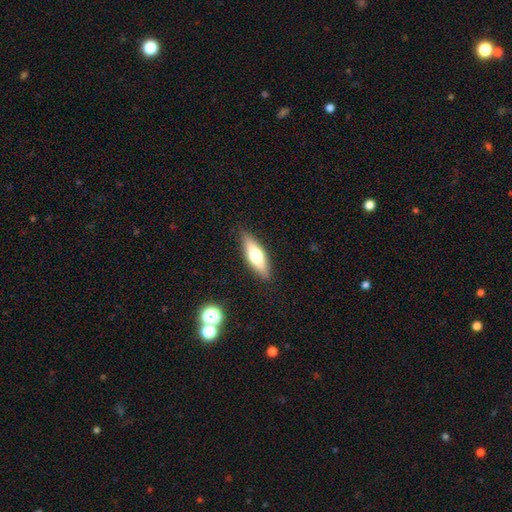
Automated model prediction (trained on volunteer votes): This is possibly a smooth galaxy (49%). Merging: clearly none (88%).